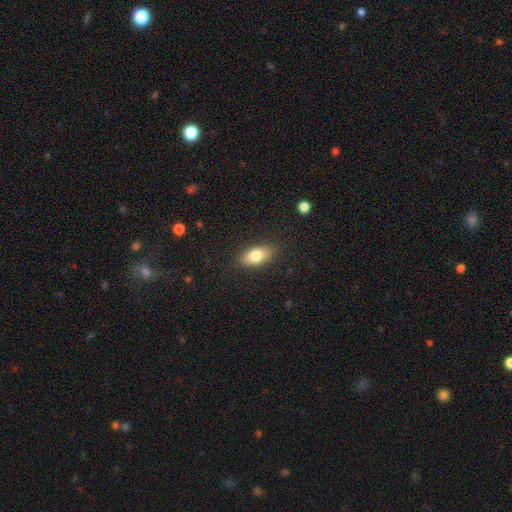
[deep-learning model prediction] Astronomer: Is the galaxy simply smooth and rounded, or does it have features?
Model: smooth — 79%.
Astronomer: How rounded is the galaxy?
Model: in between — 88%.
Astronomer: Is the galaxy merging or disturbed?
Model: none — 86%.